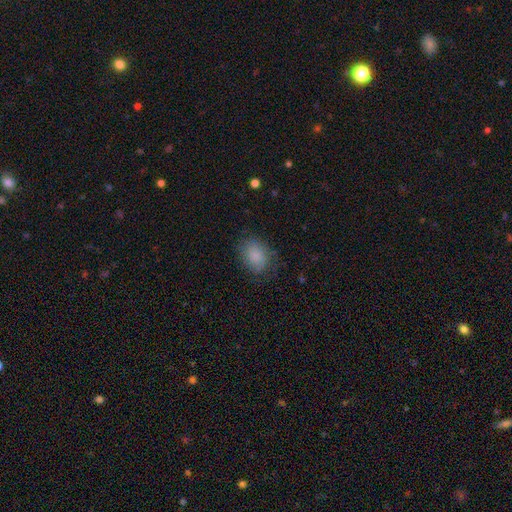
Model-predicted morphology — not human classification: smooth 85%, star or artifact 8%, featured or disk 7%. Down the decision tree: how rounded — in between (67%); merging — none (76%).